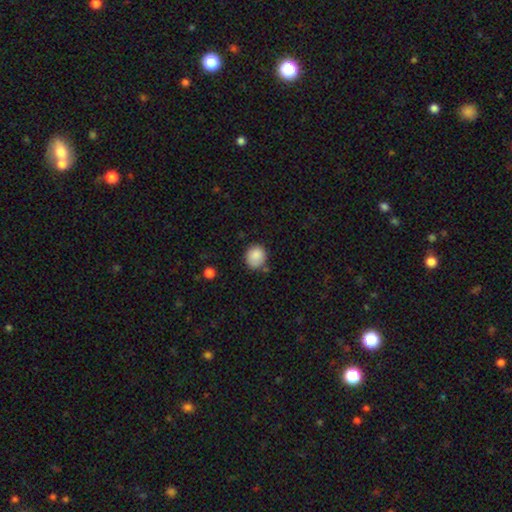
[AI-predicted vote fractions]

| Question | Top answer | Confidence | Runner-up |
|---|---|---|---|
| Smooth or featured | smooth | 87% | star or artifact (8%) |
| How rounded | round | 75% | in between (24%) |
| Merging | none | 71% | minor disturbance (19%) |